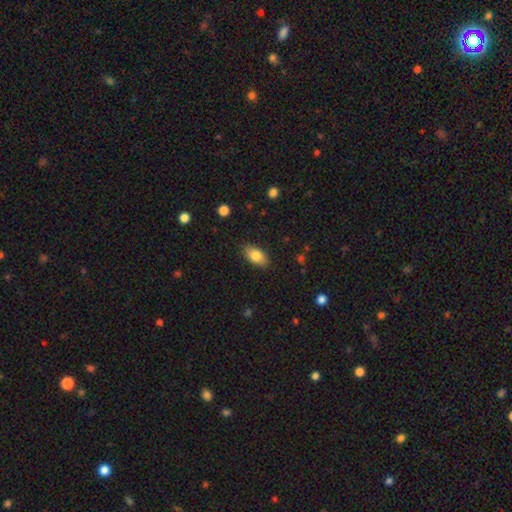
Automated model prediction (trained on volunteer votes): A smooth galaxy with no disk features (81%) that is in between round and cigar-shaped (90%).

Vote fractions:
- Smooth or featured? smooth: 81% / featured or disk: 11% / star or artifact: 7%
- How rounded? in between: 90% / round: 5% / cigar-shaped: 5%
- Merging? none: 86% / minor disturbance: 10% / major disturbance: 2% / merger: 1%